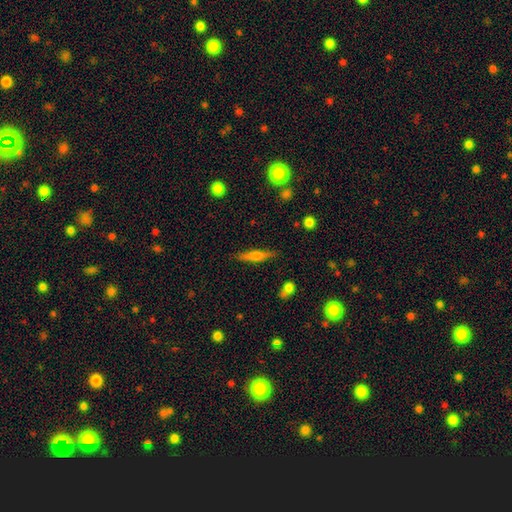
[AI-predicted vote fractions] Overall: smooth (51%; featured or disk 42%). How rounded: cigar-shaped (83%). Merging: none (86%).